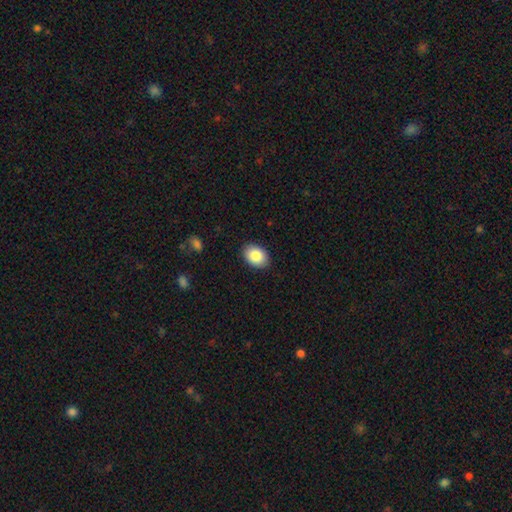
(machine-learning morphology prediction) A smooth galaxy with no disk features (86%) that is in between round and cigar-shaped (72%).

Vote fractions:
- Smooth or featured? smooth: 86% / star or artifact: 7% / featured or disk: 6%
- How rounded? in between: 72% / round: 27% / cigar-shaped: 1%
- Merging? none: 89% / minor disturbance: 8% / major disturbance: 2% / merger: 1%